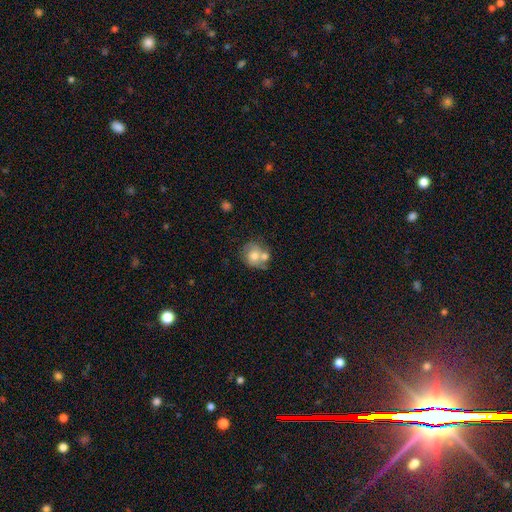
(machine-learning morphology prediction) A smooth galaxy with no disk features (63%) that is round (76%).

Vote fractions:
- Smooth or featured? smooth: 63% / featured or disk: 29% / star or artifact: 8%
- How rounded? round: 76% / in between: 23% / cigar-shaped: 1%
- Merging? merger: 40% / none: 39% / minor disturbance: 14% / major disturbance: 6%